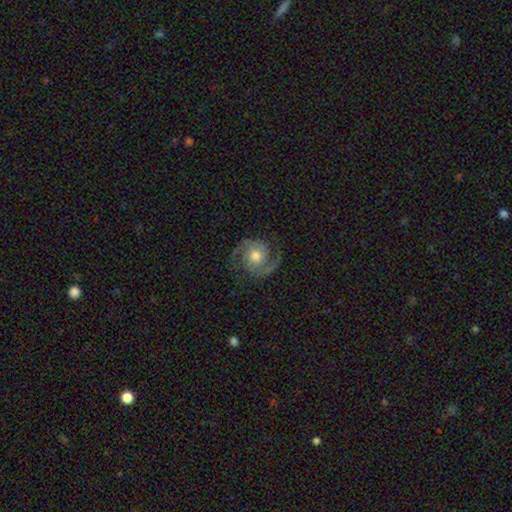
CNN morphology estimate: smooth_or_featured: featured or disk (p=0.87) [alt: smooth p=0.08]
disk_edge_on: no (p=0.98) [alt: yes p=0.02]
bar: no (p=0.75) [alt: weak p=0.21]
has_spiral_arms: yes (p=0.97) [alt: no p=0.03]
spiral_winding: medium (p=0.55) [alt: tight p=0.28]
spiral_arm_count: 2 (p=0.93) [alt: can't tell p=0.02]
bulge_size: moderate (p=0.69) [alt: small p=0.17]
merging: none (p=0.79) [alt: minor disturbance p=0.13]